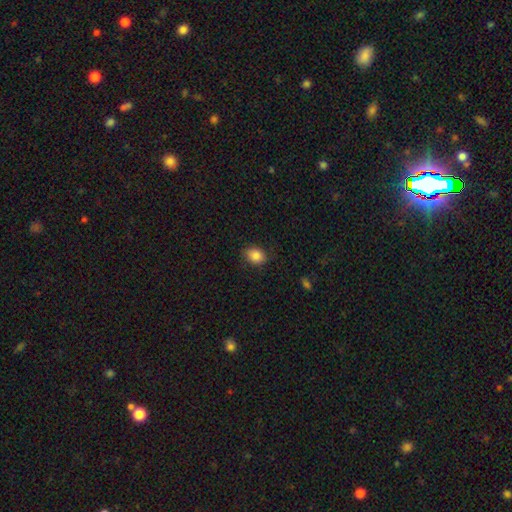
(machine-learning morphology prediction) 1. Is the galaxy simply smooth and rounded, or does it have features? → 84% smooth, 9% star or artifact, 7% featured or disk.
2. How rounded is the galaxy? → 58% in between, 42% round, 1% cigar-shaped.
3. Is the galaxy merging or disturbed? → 83% none, 13% minor disturbance, 3% major disturbance, 1% merger.